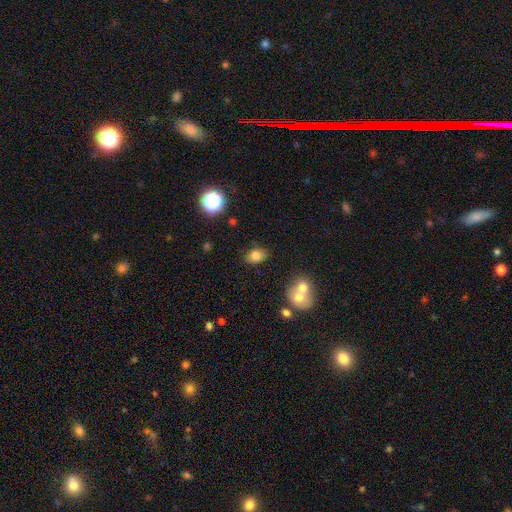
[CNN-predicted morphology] A smooth galaxy with no disk features (79%) that is in between round and cigar-shaped (80%). Merging: none (78%).